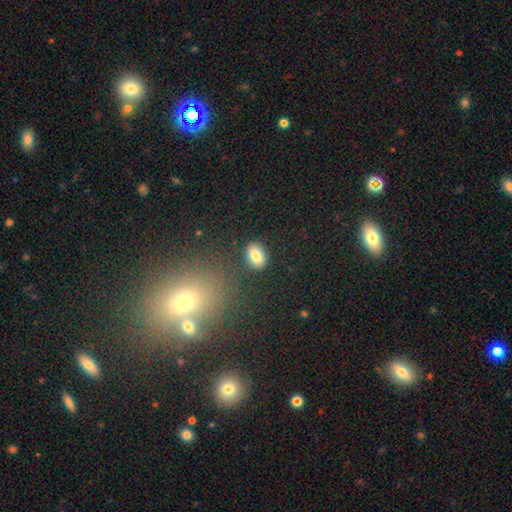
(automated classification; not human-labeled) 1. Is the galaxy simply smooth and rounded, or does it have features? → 83% smooth, 9% star or artifact, 8% featured or disk.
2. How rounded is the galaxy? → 84% in between, 14% round, 2% cigar-shaped.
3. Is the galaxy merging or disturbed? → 86% none, 9% minor disturbance, 3% major disturbance, 2% merger.